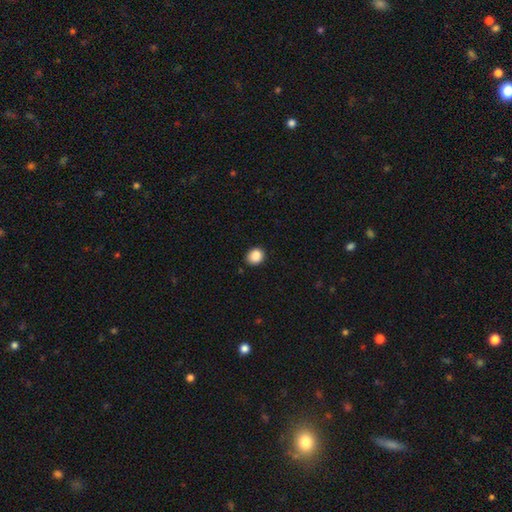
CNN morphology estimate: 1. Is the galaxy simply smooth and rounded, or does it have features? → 88% smooth, 9% star or artifact, 3% featured or disk.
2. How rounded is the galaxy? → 68% round, 31% in between, 1% cigar-shaped.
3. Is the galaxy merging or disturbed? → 85% none, 11% minor disturbance, 2% major disturbance, 1% merger.